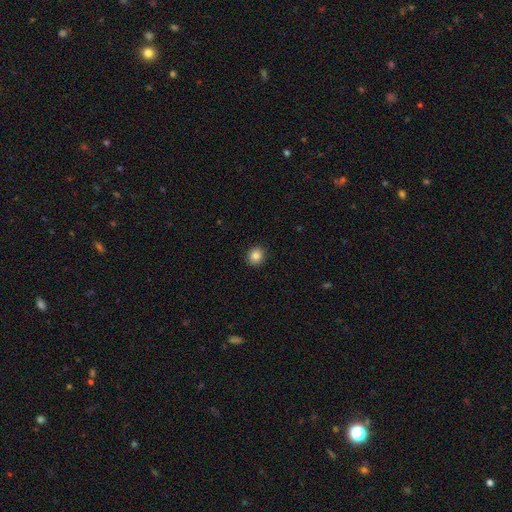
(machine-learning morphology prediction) Overall: smooth (86%). How rounded: round (84%). Merging: none (92%).